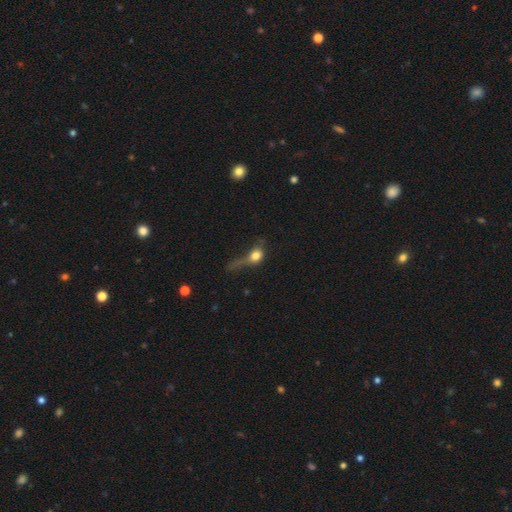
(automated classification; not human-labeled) smooth_or_featured: smooth (p=0.69) [alt: featured or disk p=0.18]
how_rounded: round (p=0.54) [alt: in between p=0.39]
merging: major disturbance (p=0.52) [alt: none p=0.20]